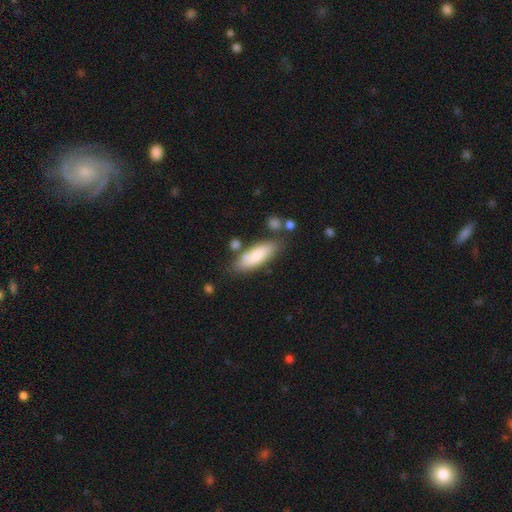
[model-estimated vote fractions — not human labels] smooth 80%, featured or disk 14%, star or artifact 6%. Down the decision tree: how rounded — in between (61%); merging — none (69%).